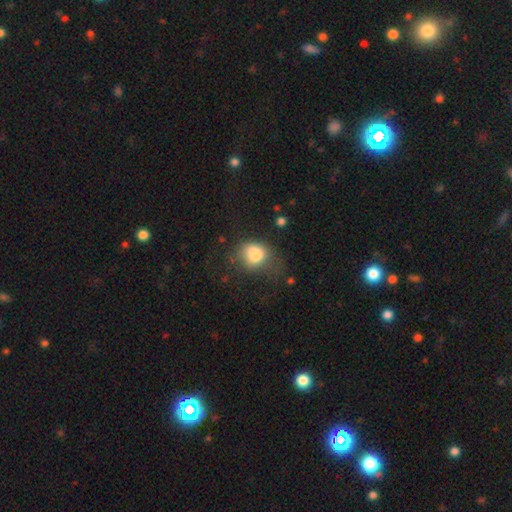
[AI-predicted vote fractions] This appears to be a smooth galaxy with no disk features (69%) that is round (55%). Merging: none (30%).